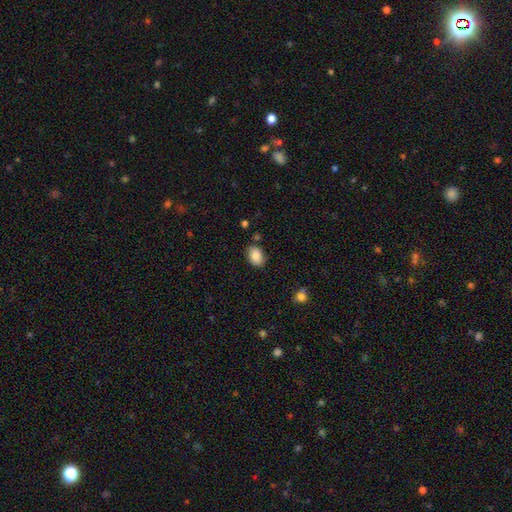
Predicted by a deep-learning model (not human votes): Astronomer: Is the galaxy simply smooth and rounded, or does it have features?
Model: smooth — 86%.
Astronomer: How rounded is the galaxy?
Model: in between — 78%.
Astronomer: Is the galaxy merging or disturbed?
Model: none — 81%.